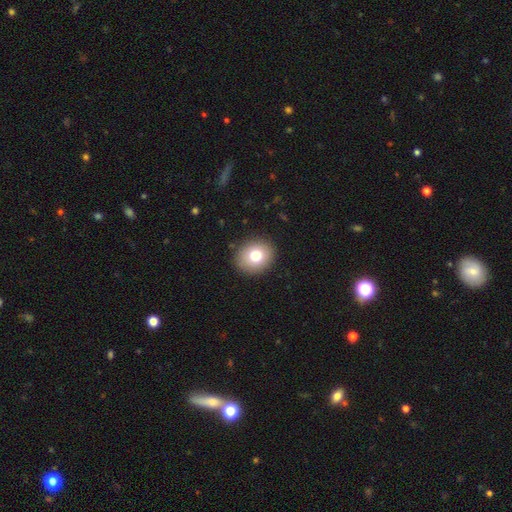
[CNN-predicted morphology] smooth 78%, featured or disk 13%, star or artifact 9%. Down the decision tree: how rounded — round (70%); merging — none (90%).